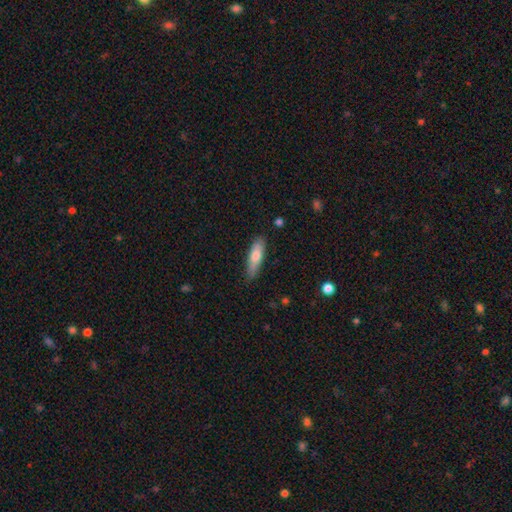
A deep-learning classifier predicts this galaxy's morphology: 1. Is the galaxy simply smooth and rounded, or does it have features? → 74% smooth, 21% featured or disk, 6% star or artifact.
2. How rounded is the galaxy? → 63% cigar-shaped, 36% in between, 2% round.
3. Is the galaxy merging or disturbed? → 82% none, 14% minor disturbance, 2% major disturbance, 1% merger.